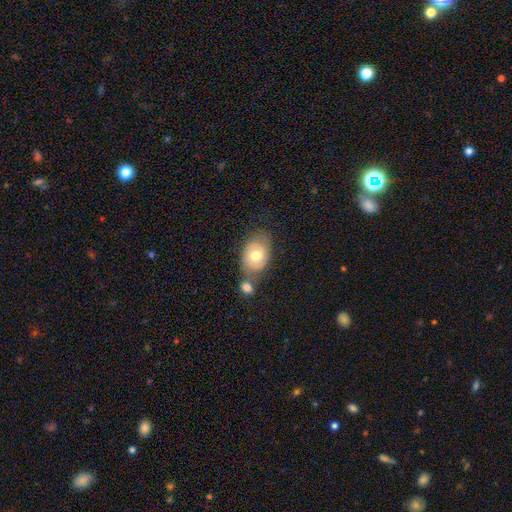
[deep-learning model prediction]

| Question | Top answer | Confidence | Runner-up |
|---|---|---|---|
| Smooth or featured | smooth | 71% | featured or disk (21%) |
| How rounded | in between | 72% | round (27%) |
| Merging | none | 49% | merger (26%) |